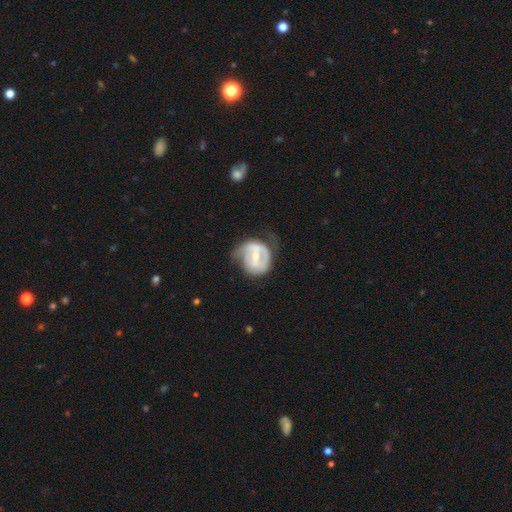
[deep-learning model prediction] A featured or disk galaxy (65%) with a weak bar (46%), spiral arms (63%) and a small central bulge (45%).

Vote fractions:
- Smooth or featured? featured or disk: 65% / smooth: 29% / star or artifact: 6%
- Edge-on disk? no: 97% / yes: 3%
- Bar? weak: 46% / strong: 37% / no: 18%
- Spiral arms? yes: 63% / no: 37%
- Bulge size? small: 45% / moderate: 44% / none: 7% / large: 3% / dominant: 1%
- Merging? none: 40% / minor disturbance: 32% / major disturbance: 25% / merger: 2%